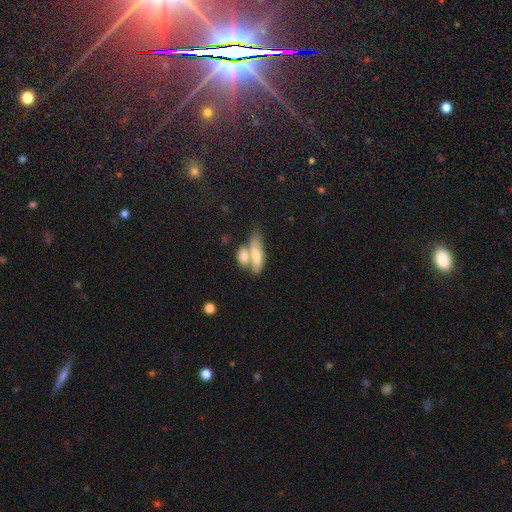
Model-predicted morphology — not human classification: smooth_or_featured: smooth (p=0.66) [alt: featured or disk p=0.27]
how_rounded: in between (p=0.68) [alt: cigar-shaped p=0.28]
merging: merger (p=0.59) [alt: none p=0.26]